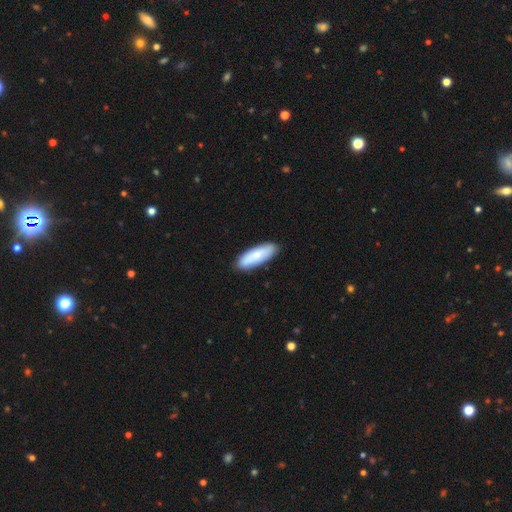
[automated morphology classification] Smooth or featured?
  - smooth: 74% *
  - featured or disk: 20%
  - star or artifact: 5%
How rounded?
  - in between: 61% *
  - cigar-shaped: 37%
  - round: 2%
Merging?
  - none: 88% *
  - minor disturbance: 10%
  - major disturbance: 2%
  - merger: 1%